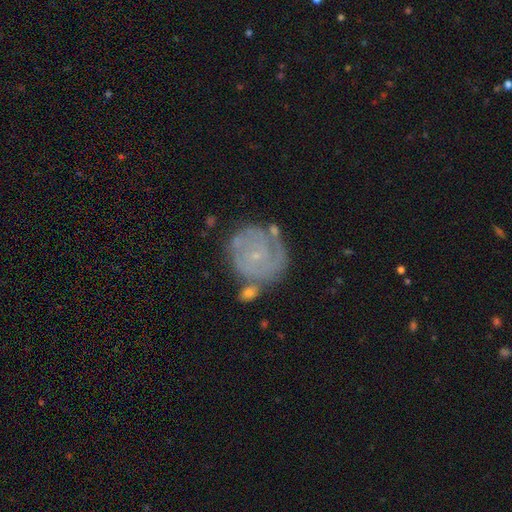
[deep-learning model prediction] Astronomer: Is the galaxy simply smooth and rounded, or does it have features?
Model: featured or disk — 76%.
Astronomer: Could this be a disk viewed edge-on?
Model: no — 98%.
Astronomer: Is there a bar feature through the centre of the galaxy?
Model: no — 77%.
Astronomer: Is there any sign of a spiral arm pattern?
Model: yes — 89%.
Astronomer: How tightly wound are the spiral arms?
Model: tight — 75%.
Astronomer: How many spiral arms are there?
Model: can't tell — 37% (runner-up: 2, 29%).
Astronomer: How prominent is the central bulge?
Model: small — 85%.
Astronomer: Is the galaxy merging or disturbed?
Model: none — 64%.